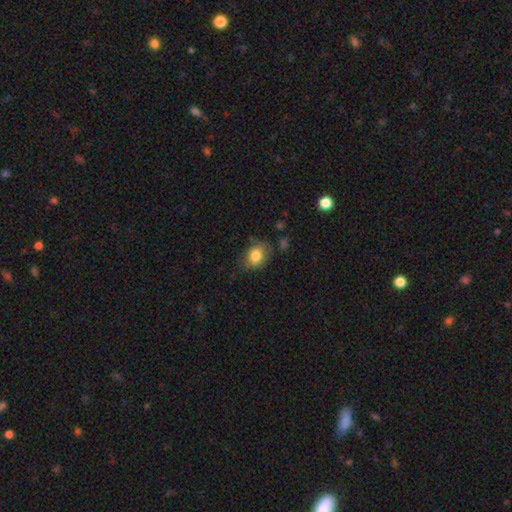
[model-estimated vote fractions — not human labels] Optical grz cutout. It shows a smooth galaxy with no disk features (81%) that is round (50%). Merging: none (62%).